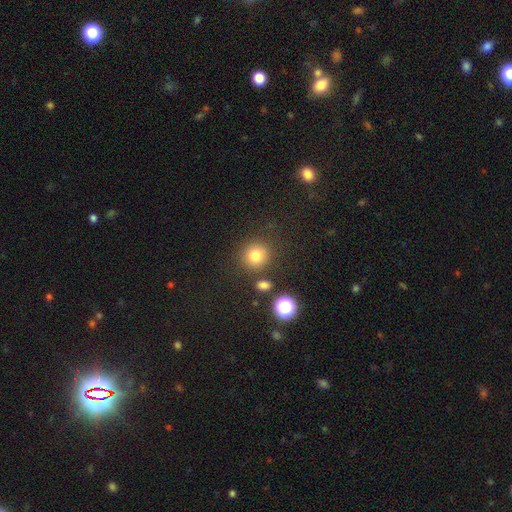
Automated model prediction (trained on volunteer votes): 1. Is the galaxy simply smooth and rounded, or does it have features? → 79% smooth, 14% star or artifact, 7% featured or disk.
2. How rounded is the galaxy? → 89% round, 9% in between, 1% cigar-shaped.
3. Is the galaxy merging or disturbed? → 81% none, 9% minor disturbance, 6% merger, 4% major disturbance.